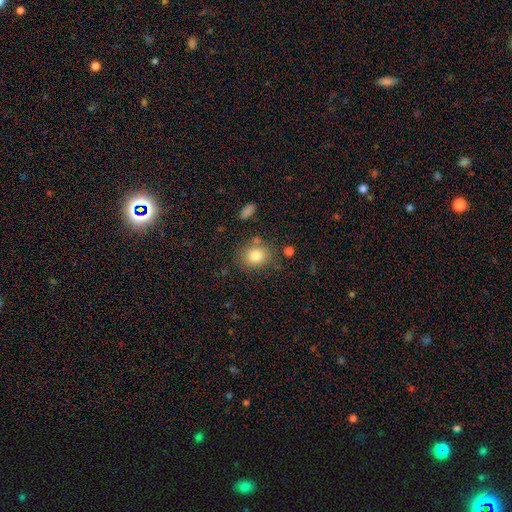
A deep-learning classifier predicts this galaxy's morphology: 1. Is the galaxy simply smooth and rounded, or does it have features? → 82% smooth, 10% star or artifact, 9% featured or disk.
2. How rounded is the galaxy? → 58% round, 41% in between, 1% cigar-shaped.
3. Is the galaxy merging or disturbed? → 73% none, 15% minor disturbance, 7% merger, 5% major disturbance.